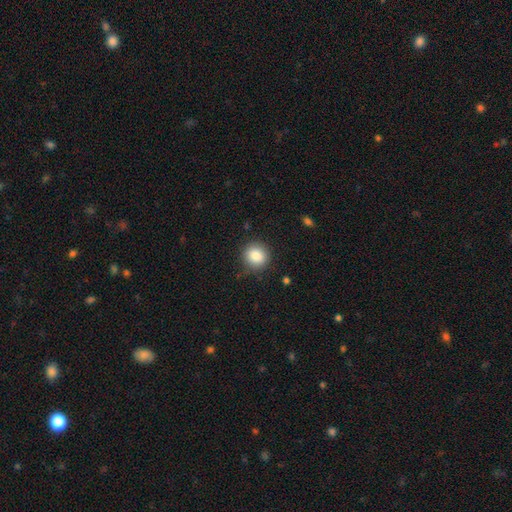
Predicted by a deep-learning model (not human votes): smooth 85%, star or artifact 9%, featured or disk 6%. Down the decision tree: how rounded — round (91%); merging — none (86%).